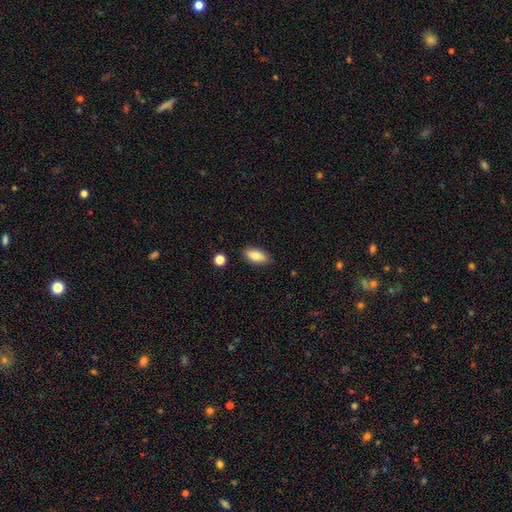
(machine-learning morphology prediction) Smooth or featured? Predicted: smooth (p=0.79). How rounded? Predicted: in between (p=0.86). Merging? Predicted: none (p=0.83).